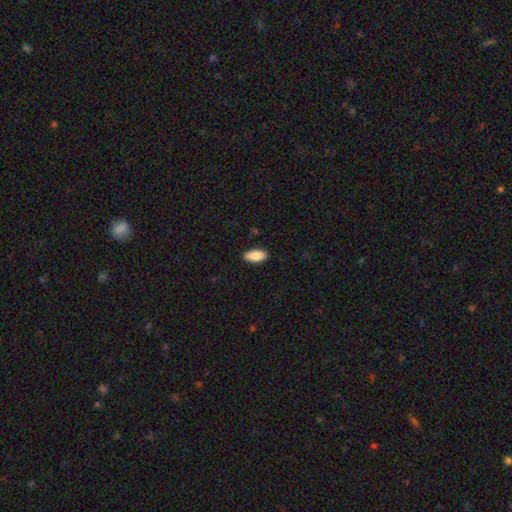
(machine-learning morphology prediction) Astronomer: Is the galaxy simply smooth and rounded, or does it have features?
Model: smooth — 89%.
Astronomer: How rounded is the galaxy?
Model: in between — 89%.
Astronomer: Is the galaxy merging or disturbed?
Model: none — 89%.